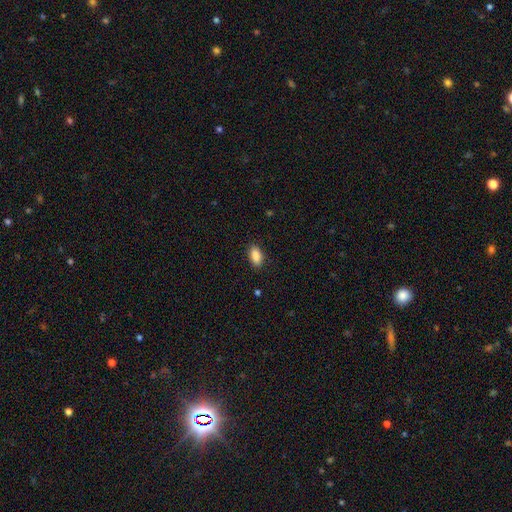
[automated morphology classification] Smooth or featured? smooth (87%)
How rounded? in between (90%)
Merging? none (88%)